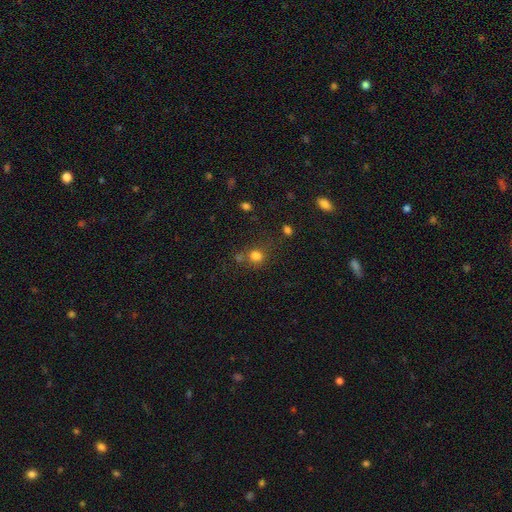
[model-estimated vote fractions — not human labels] A smooth galaxy with no disk features (77%) that is round (75%). Merging: none (58%).